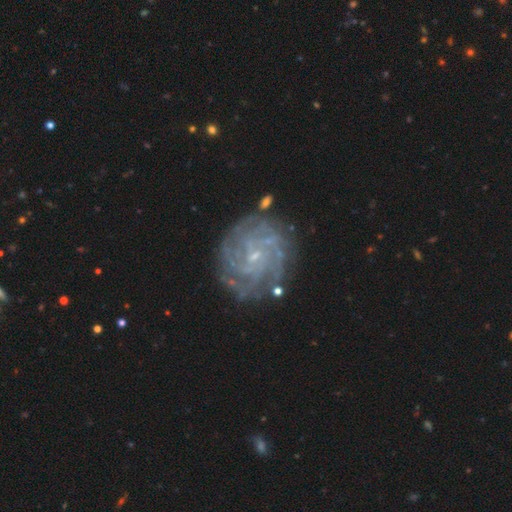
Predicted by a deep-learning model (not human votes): This appears to be a featured or disk galaxy (87%) with no bar (60%), tight (74%) spiral arms (97%) and a small central bulge (84%). Merging: none (80%).